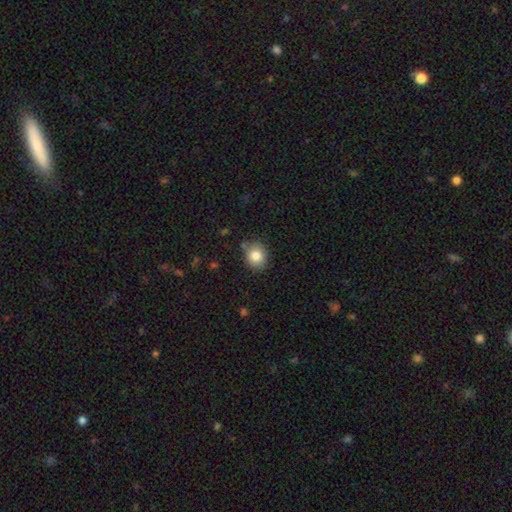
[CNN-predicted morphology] Smooth or featured? smooth (83%)
How rounded? round (67%)
Merging? none (81%)